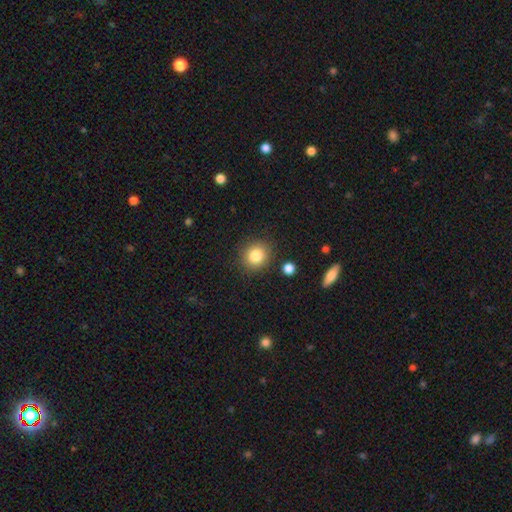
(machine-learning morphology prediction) Overall: smooth (83%). How rounded: round (84%). Merging: none (87%).